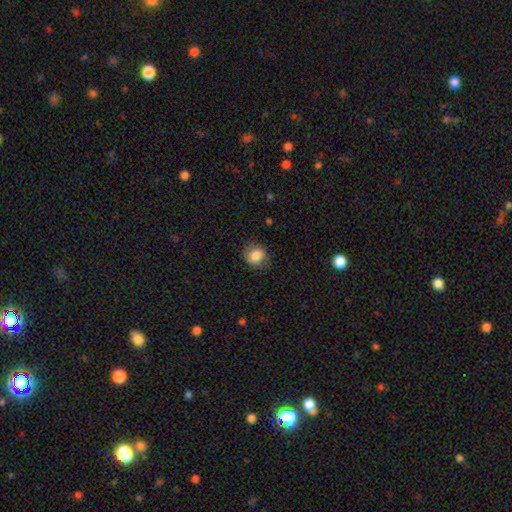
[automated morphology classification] A smooth galaxy with no disk features (83%) that is round (75%). Merging: none (77%).